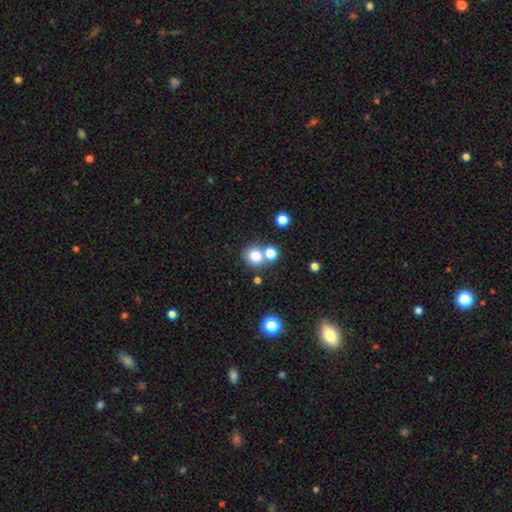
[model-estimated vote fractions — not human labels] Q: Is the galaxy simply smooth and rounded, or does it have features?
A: smooth — 78%.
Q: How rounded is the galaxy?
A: round — 86%.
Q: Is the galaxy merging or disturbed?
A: none — 61%.